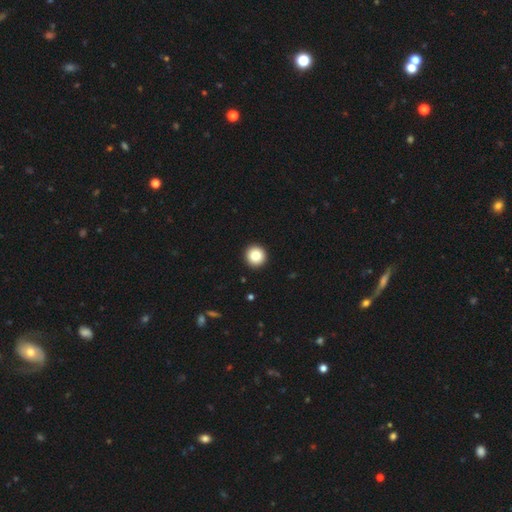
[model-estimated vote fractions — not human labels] smooth_or_featured: smooth (p=0.83) [alt: star or artifact p=0.09]
how_rounded: round (p=0.95) [alt: in between p=0.04]
merging: none (p=0.94) [alt: minor disturbance p=0.04]